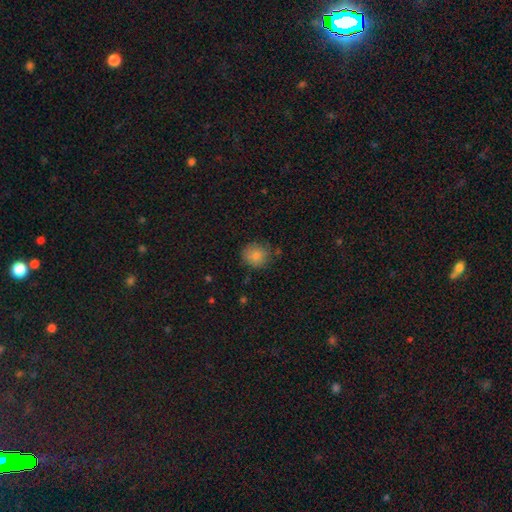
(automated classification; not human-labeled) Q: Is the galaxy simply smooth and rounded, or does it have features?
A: smooth — 82%.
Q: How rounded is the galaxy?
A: round — 85%.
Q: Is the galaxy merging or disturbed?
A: none — 77%.